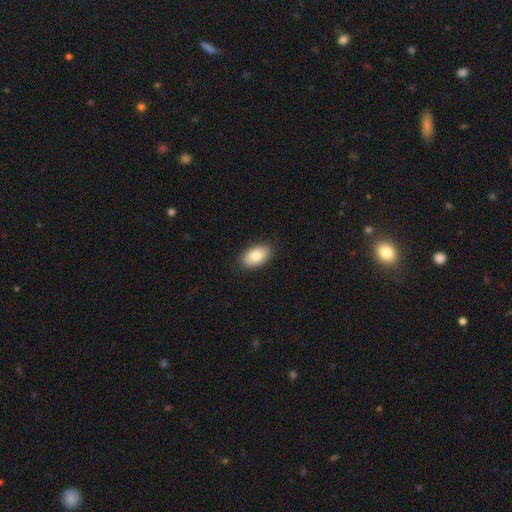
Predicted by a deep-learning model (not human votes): A smooth galaxy with no disk features (84%) that is in between round and cigar-shaped (93%). Merging: none (88%).